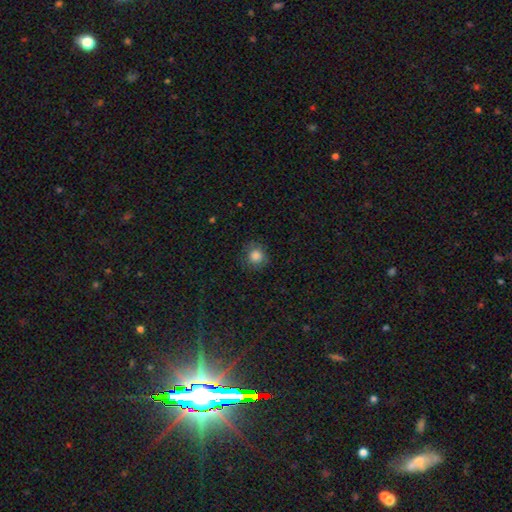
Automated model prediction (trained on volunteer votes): smooth 83%, star or artifact 11%, featured or disk 6%. Down the decision tree: how rounded — round (89%); merging — none (81%).